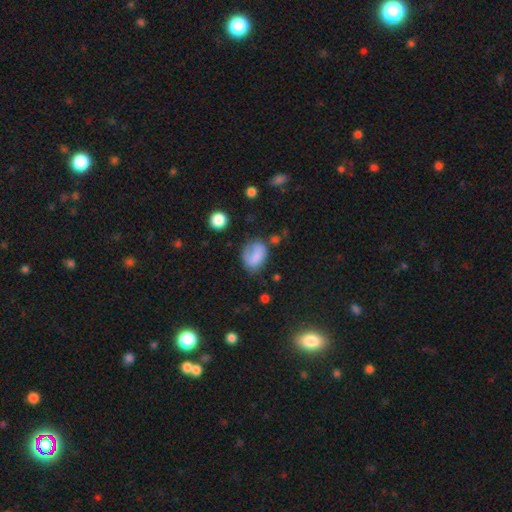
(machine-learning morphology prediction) This appears to be a smooth galaxy with no disk features (73%) that is in between round and cigar-shaped (68%). Merging: none (44%).